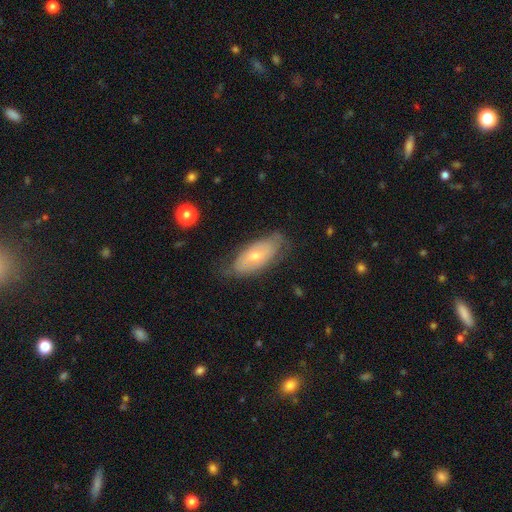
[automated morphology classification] Smooth or featured?
  - featured or disk: 48% *
  - smooth: 45%
  - star or artifact: 7%
Merging?
  - none: 63% *
  - minor disturbance: 28%
  - major disturbance: 8%
  - merger: 2%